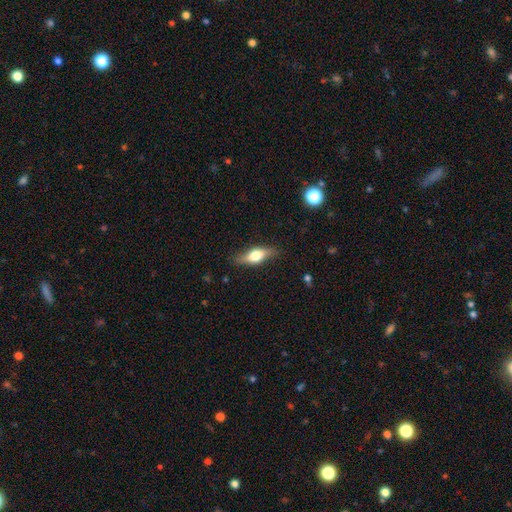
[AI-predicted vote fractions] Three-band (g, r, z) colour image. It shows a smooth galaxy with no disk features (49%). Merging: none (80%).